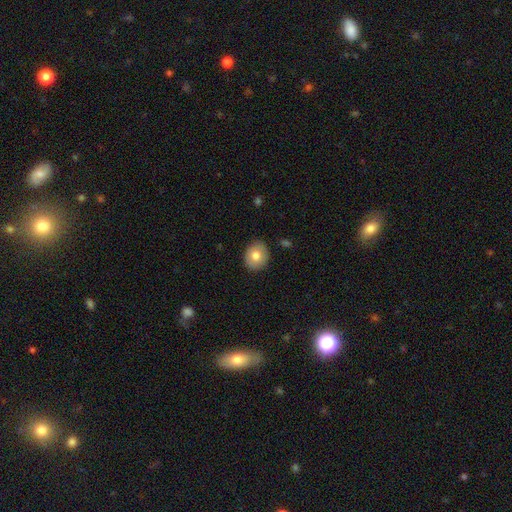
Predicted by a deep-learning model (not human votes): smooth_or_featured: smooth (p=0.78) [alt: featured or disk p=0.14]
how_rounded: round (p=0.66) [alt: in between p=0.33]
merging: none (p=0.88) [alt: minor disturbance p=0.09]